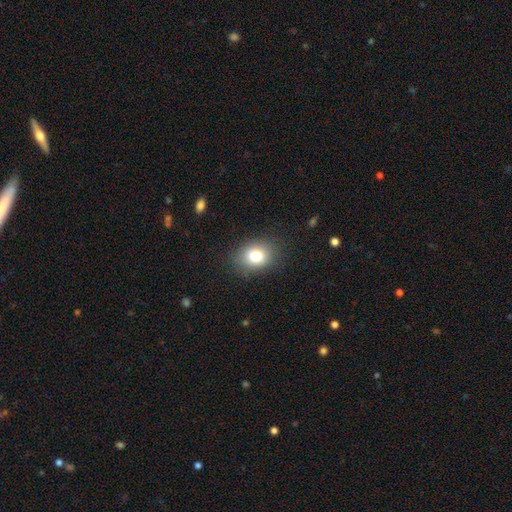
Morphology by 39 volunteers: smooth_or_featured: smooth (p=0.90) [alt: star or artifact p=0.08]
how_rounded: in between (p=0.57) [alt: round p=0.43]
merging: none (p=0.89) [alt: minor disturbance p=0.06]